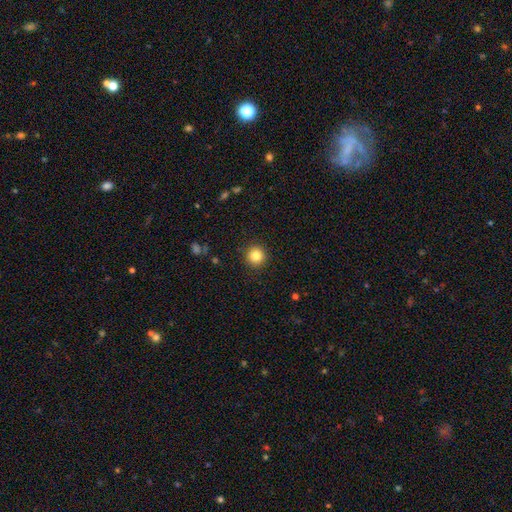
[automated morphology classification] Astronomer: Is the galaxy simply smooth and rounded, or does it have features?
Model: smooth — 84%.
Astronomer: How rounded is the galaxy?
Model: round — 95%.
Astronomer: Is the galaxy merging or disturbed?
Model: none — 92%.